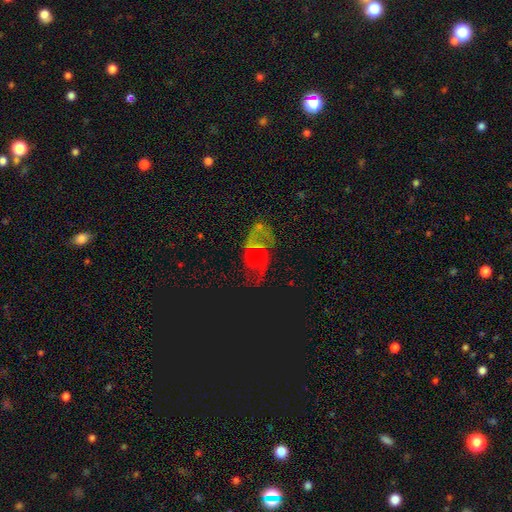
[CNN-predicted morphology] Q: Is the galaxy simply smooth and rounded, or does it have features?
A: featured or disk — 68%.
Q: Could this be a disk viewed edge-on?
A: no — 96%.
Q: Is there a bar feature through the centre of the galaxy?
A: no — 45%.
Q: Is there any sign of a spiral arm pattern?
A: yes — 79%.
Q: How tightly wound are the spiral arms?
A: medium — 47%.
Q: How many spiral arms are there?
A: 2 — 79%.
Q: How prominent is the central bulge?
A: moderate — 34%.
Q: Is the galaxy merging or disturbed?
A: none — 55%.